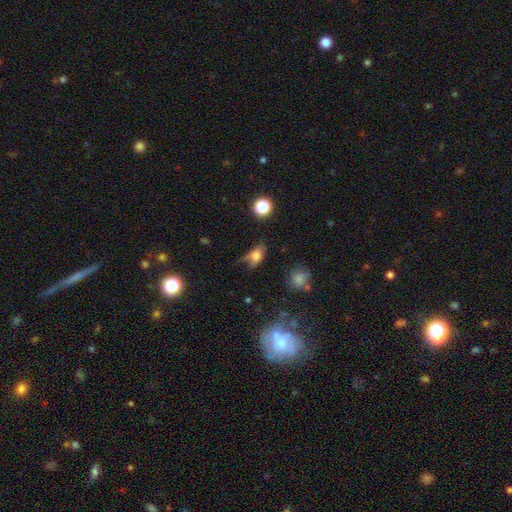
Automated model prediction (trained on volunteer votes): Morphology: type=smooth (70%); roundness=in between (77%); merging=none (41%).